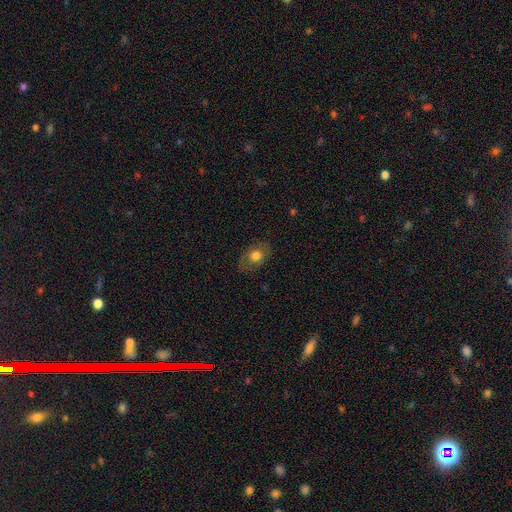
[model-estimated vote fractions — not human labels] smooth_or_featured: smooth (p=0.71) [alt: featured or disk p=0.20]
how_rounded: in between (p=0.68) [alt: round p=0.31]
merging: none (p=0.80) [alt: minor disturbance p=0.14]